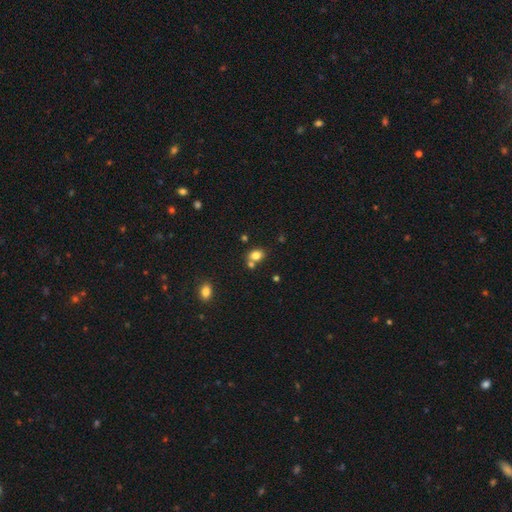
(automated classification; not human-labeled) Q: Smooth or featured?
A: smooth (80%); runner-up: star or artifact (12%)
Q: How rounded?
A: in between (53%); runner-up: round (45%)
Q: Merging?
A: none (56%); runner-up: merger (29%)